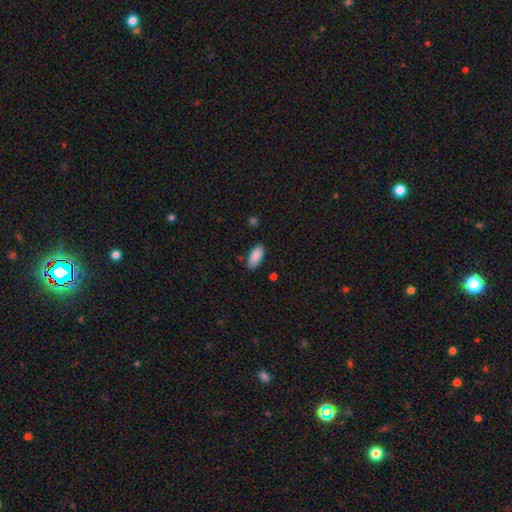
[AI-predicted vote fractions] smooth 90%, star or artifact 7%, featured or disk 4%. Down the decision tree: how rounded — in between (89%); merging — none (84%).